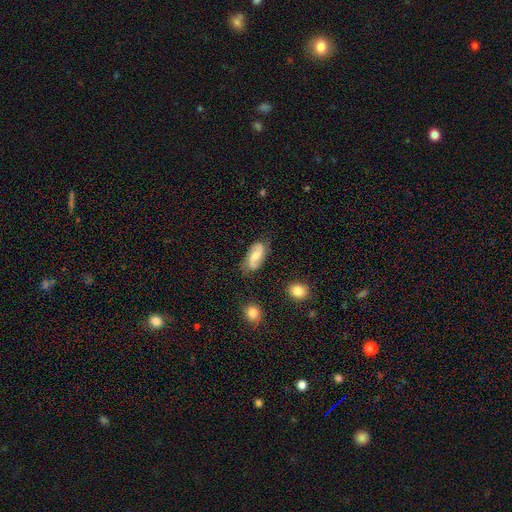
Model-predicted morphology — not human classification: smooth_or_featured: featured or disk (p=0.76) [alt: smooth p=0.18]
disk_edge_on: no (p=0.97) [alt: yes p=0.03]
bar: weak (p=0.46) [alt: no p=0.40]
has_spiral_arms: yes (p=0.95) [alt: no p=0.05]
spiral_winding: loose (p=0.46) [alt: medium p=0.40]
spiral_arm_count: 2 (p=0.92) [alt: can't tell p=0.03]
bulge_size: moderate (p=0.49) [alt: small p=0.35]
merging: none (p=0.79) [alt: minor disturbance p=0.15]